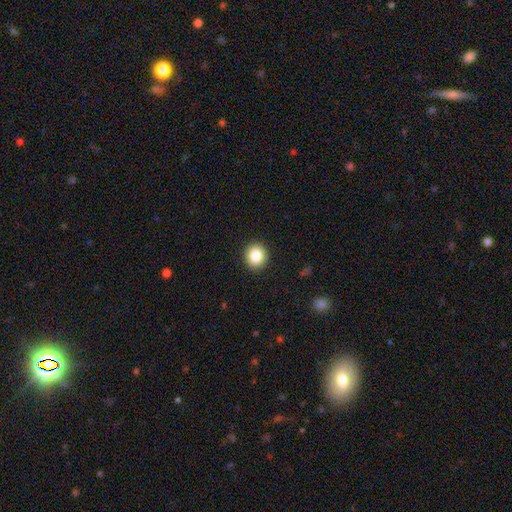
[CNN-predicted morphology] The model was most divided on "how rounded": round: 84%, in between: 15%, cigar-shaped: 1%. More confident: merging — none (92%); smooth or featured — smooth (84%).